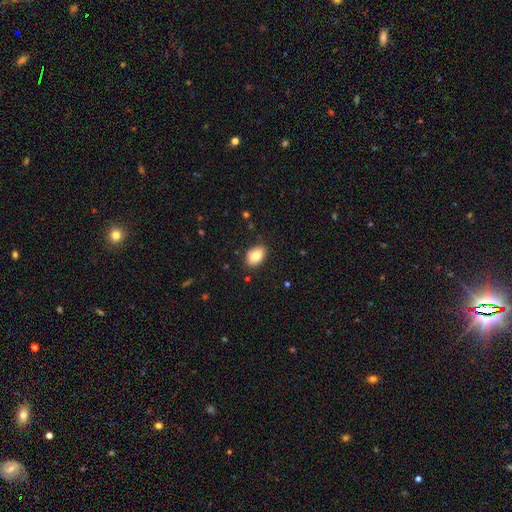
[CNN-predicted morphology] smooth-or-featured: smooth: 84% | featured or disk: 9% | star or artifact: 8%
  how-rounded: in between: 84% | round: 15% | cigar-shaped: 1%
  merging: none: 87% | minor disturbance: 10% | major disturbance: 2% | merger: 1%